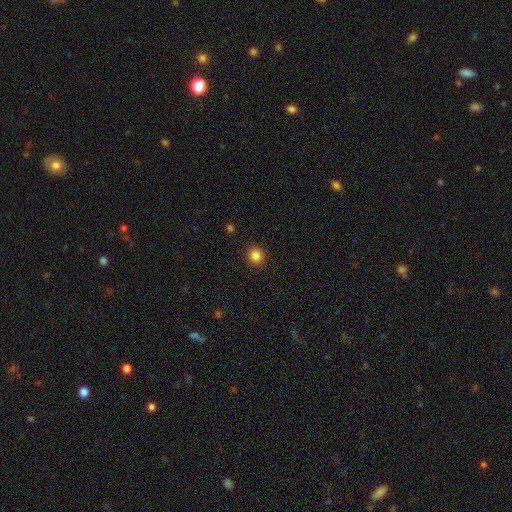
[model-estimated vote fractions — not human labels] Q: Smooth or featured?
A: smooth (85%); runner-up: star or artifact (11%)
Q: How rounded?
A: round (91%); runner-up: in between (8%)
Q: Merging?
A: none (91%); runner-up: minor disturbance (6%)